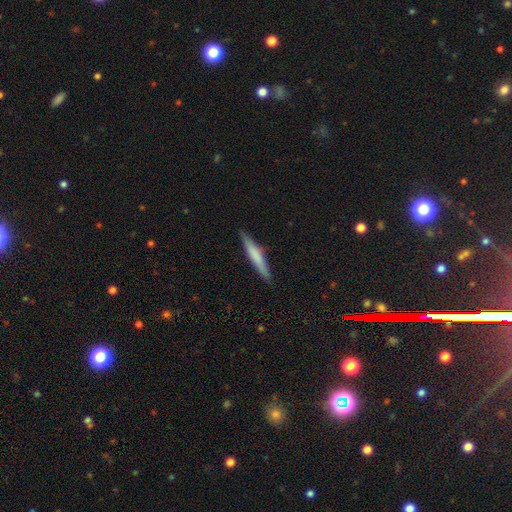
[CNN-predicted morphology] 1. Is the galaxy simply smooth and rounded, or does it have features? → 59% smooth, 35% featured or disk, 6% star or artifact.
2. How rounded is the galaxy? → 93% cigar-shaped, 5% in between, 1% round.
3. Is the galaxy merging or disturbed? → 89% none, 8% minor disturbance, 2% major disturbance, 1% merger.